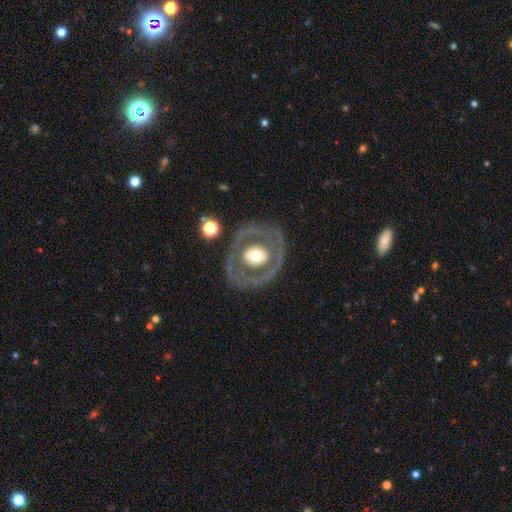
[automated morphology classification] A featured or disk galaxy (65%) with no bar (79%), no spiral arms (79%) and a moderate central bulge (59%). Merging: none (77%).